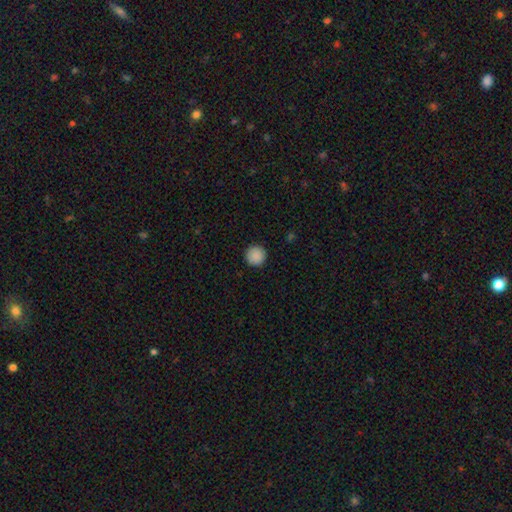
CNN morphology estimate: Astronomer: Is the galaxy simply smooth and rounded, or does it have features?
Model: smooth — 90%.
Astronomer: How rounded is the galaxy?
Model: round — 96%.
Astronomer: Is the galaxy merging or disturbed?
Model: none — 92%.